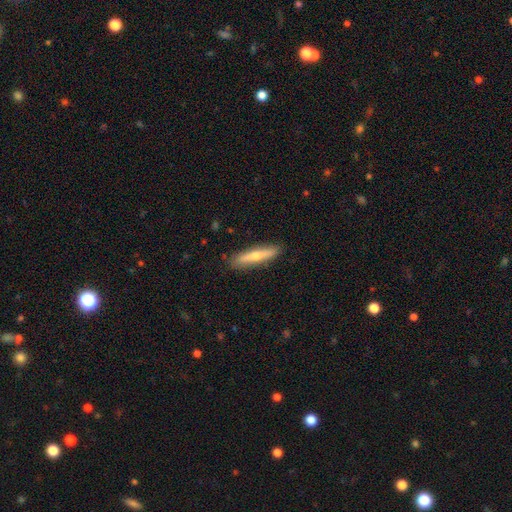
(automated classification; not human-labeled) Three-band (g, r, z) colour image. It shows a smooth galaxy with no disk features (53%) that is cigar-shaped (87%). Merging: none (87%).